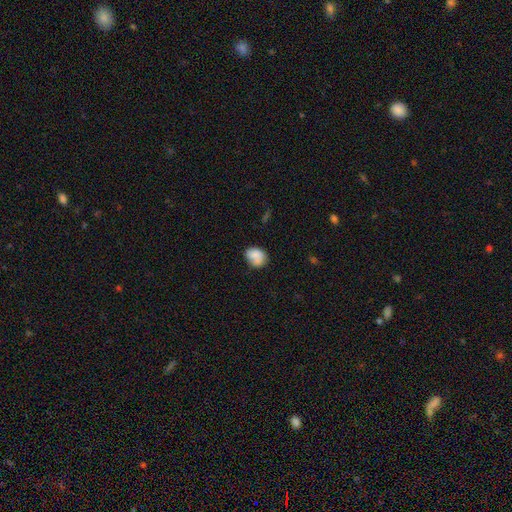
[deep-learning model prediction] Morphology: type=smooth (79%); roundness=in between (51%); merging=none (57%).